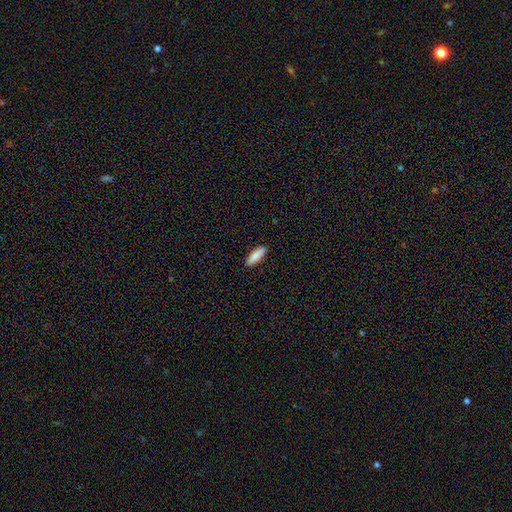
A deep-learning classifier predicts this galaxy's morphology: This appears to be a smooth galaxy with no disk features (88%) that is cigar-shaped (50%). Merging: none (90%).